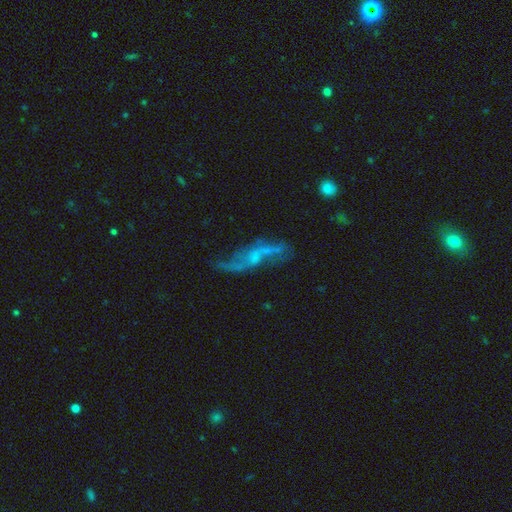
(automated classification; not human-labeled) This appears to be a featured or disk galaxy (70%) with no bar (55%), spiral arms (73%) and no central bulge (50%). Merging: none (51%).